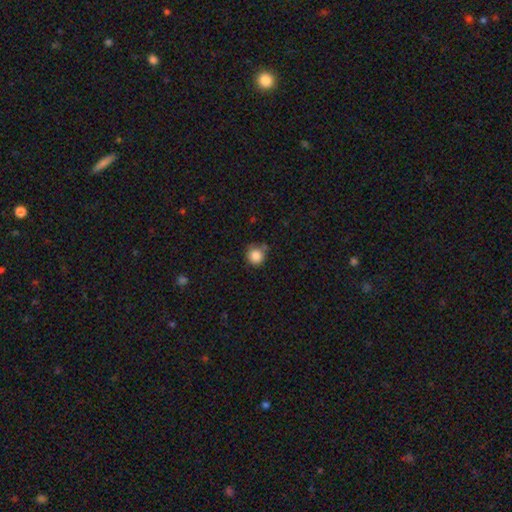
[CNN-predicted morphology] This appears to be a smooth galaxy with no disk features (85%) that is round (93%). Merging: none (73%).